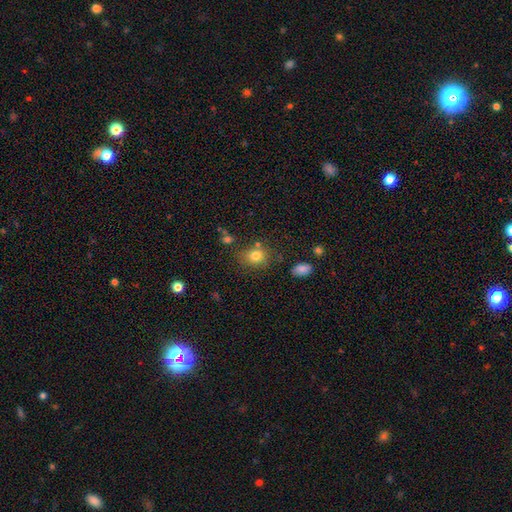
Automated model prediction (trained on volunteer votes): Overall: smooth (78%). How rounded: round (61%; in between 38%). Merging: none (72%).